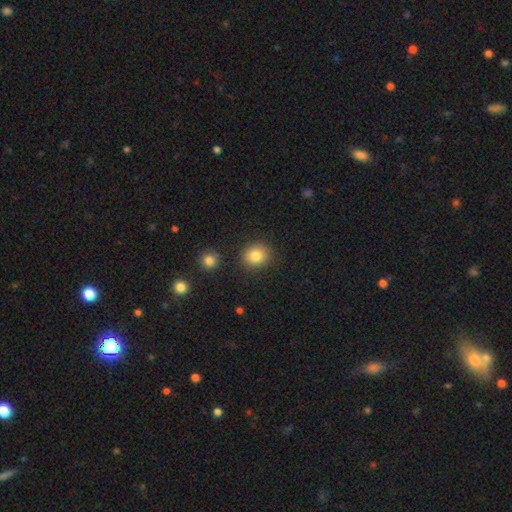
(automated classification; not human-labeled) Smooth or featured: smooth — 84% (star or artifact — 10%)
How rounded: round — 75% (in between — 24%)
Merging: none — 87% (minor disturbance — 8%)